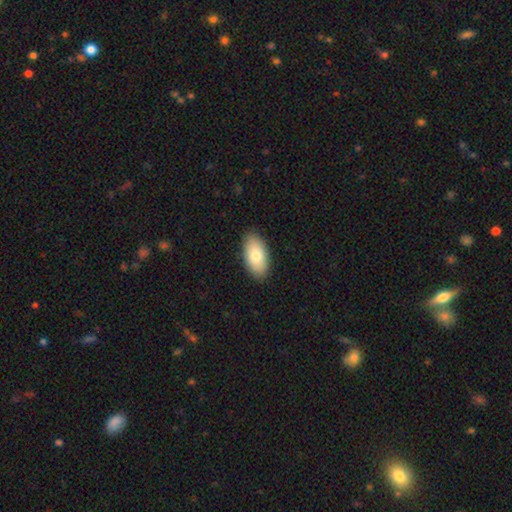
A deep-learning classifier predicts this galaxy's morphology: Q: Smooth or featured?
A: smooth (78%); runner-up: featured or disk (16%)
Q: How rounded?
A: in between (94%); runner-up: round (3%)
Q: Merging?
A: none (88%); runner-up: minor disturbance (9%)